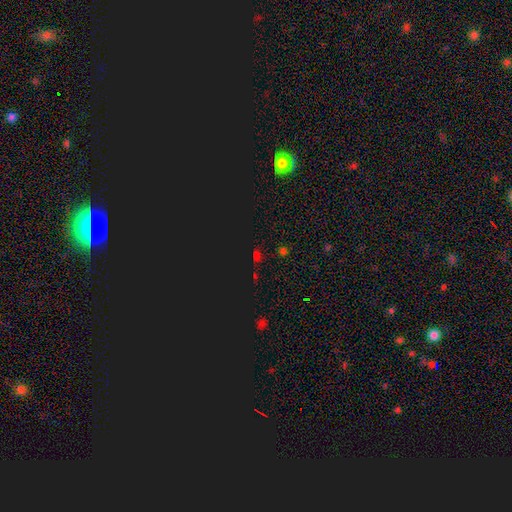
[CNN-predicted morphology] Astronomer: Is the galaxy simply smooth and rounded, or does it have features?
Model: star or artifact — 69%.